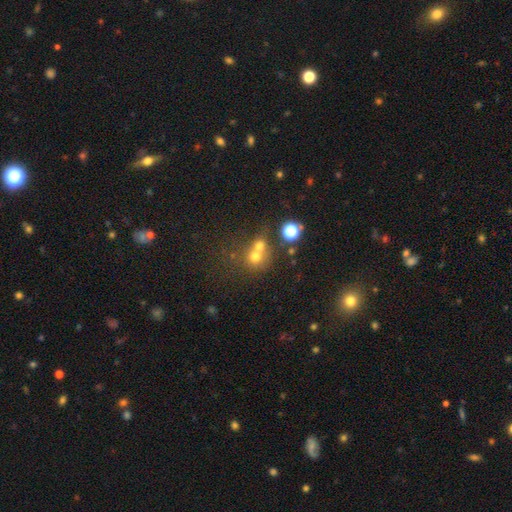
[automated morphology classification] smooth-or-featured: smooth: 66% | star or artifact: 18% | featured or disk: 16%
  how-rounded: round: 83% | in between: 16% | cigar-shaped: 1%
  merging: merger: 54% | none: 35% | minor disturbance: 6% | major disturbance: 4%